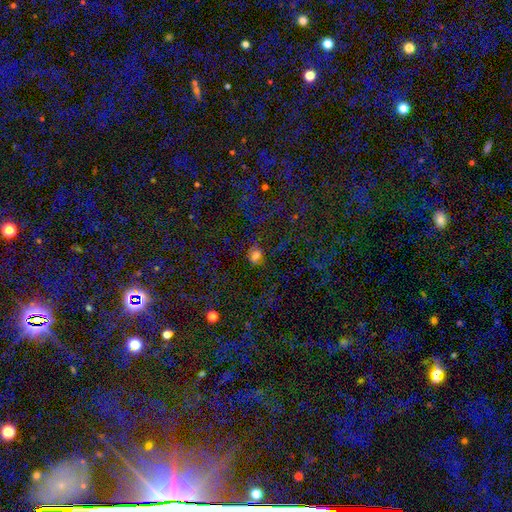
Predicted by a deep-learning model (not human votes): The model was most divided on "how rounded": round: 52%, in between: 46%, cigar-shaped: 2%. More confident: merging — none (66%); smooth or featured — smooth (54%).